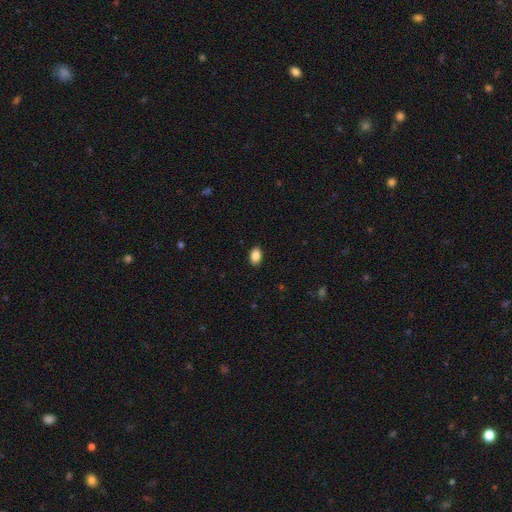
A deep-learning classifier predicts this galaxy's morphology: This is clearly a smooth galaxy (88%). How rounded: clearly in between (86%). Merging: clearly none (89%).